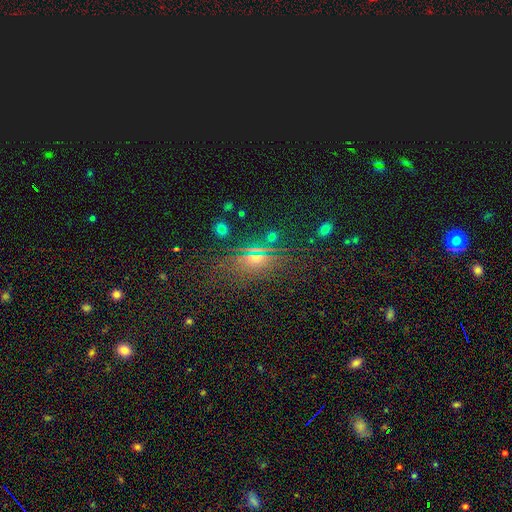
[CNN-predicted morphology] Q: Smooth or featured?
A: smooth (44%); runner-up: star or artifact (40%)
Q: Merging?
A: none (74%); runner-up: minor disturbance (14%)